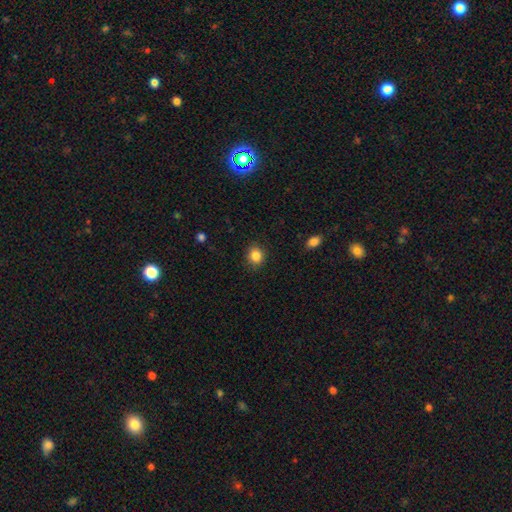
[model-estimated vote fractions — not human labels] A smooth galaxy with no disk features (86%) that is round (74%). Merging: none (87%).